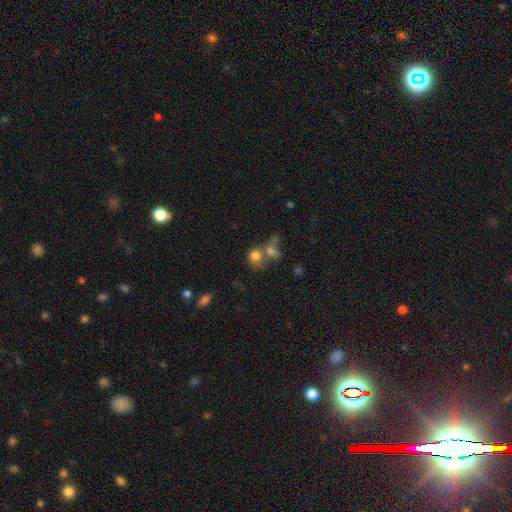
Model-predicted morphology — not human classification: smooth 75%, featured or disk 13%, star or artifact 11%. Down the decision tree: how rounded — round (63%); merging — merger (56%).